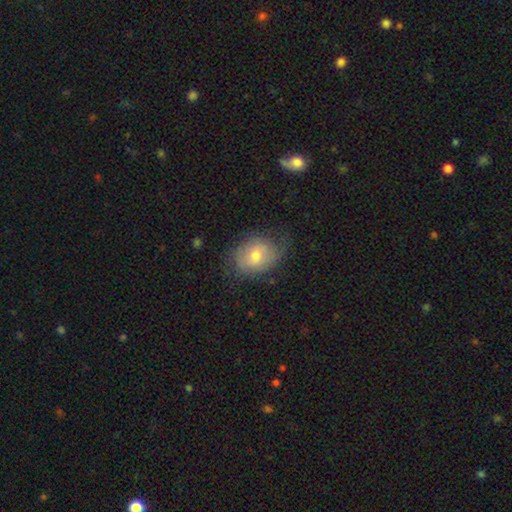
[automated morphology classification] This is likely a smooth galaxy (62%). How rounded: likely in between (61%). Merging: likely none (63%).